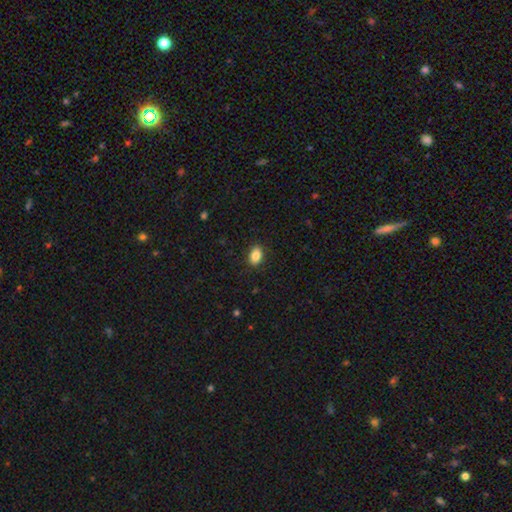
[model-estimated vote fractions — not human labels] smooth_or_featured: smooth (p=0.87) [alt: star or artifact p=0.08]
how_rounded: in between (p=0.88) [alt: round p=0.11]
merging: none (p=0.89) [alt: minor disturbance p=0.08]